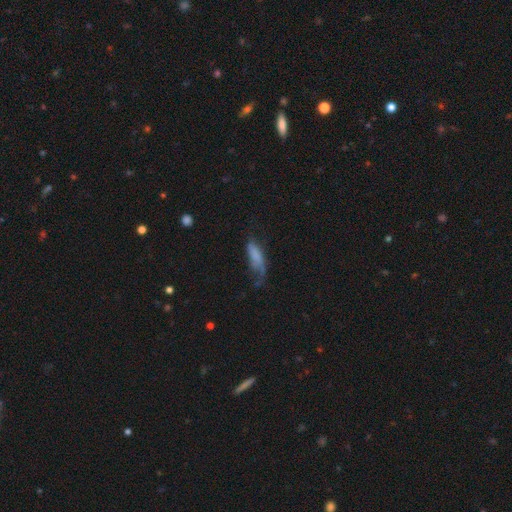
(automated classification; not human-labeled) smooth 67%, featured or disk 24%, star or artifact 9%. Down the decision tree: how rounded — in between (56%); merging — major disturbance (34%).